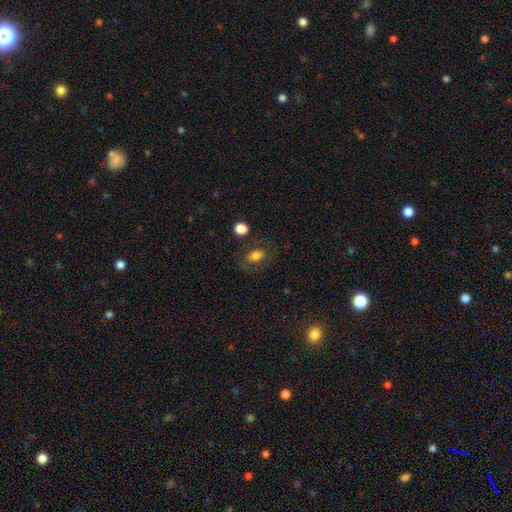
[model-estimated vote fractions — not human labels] Q: Smooth or featured?
A: smooth (73%); runner-up: featured or disk (17%)
Q: How rounded?
A: in between (82%); runner-up: round (16%)
Q: Merging?
A: none (69%); runner-up: minor disturbance (17%)